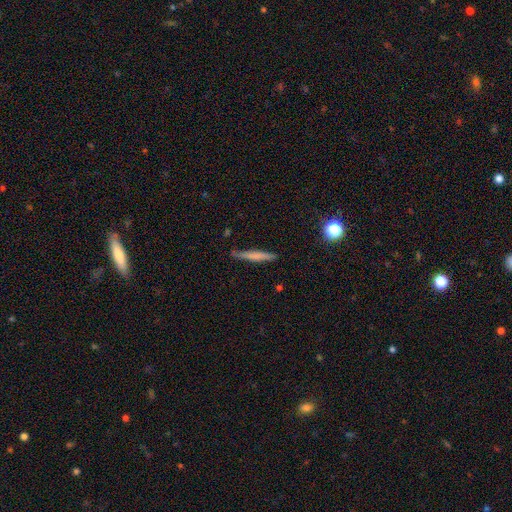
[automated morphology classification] smooth-or-featured: smooth: 58% | featured or disk: 35% | star or artifact: 7%
  how-rounded: cigar-shaped: 94% | in between: 4% | round: 2%
  merging: none: 83% | minor disturbance: 13% | major disturbance: 3% | merger: 2%